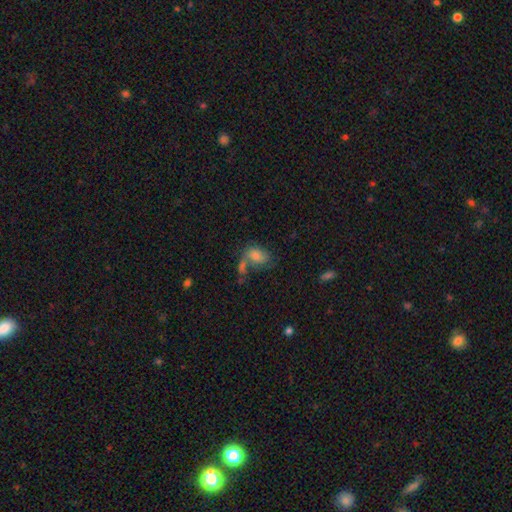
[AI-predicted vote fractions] Overall: smooth (61%; featured or disk 26%). How rounded: in between (81%). Merging: none (34%; merger 31%).